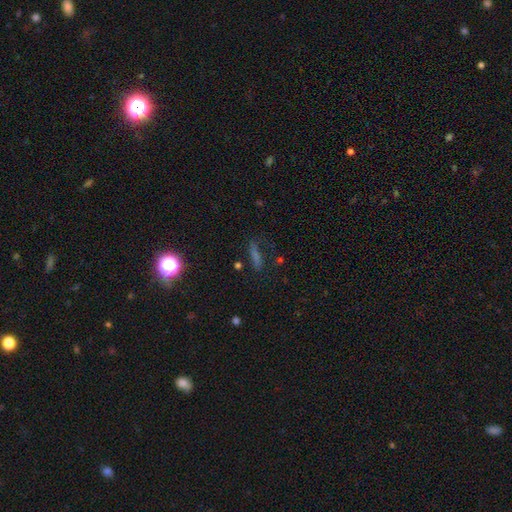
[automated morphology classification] smooth_or_featured: smooth (p=0.50) [alt: star or artifact p=0.30]
how_rounded: cigar-shaped (p=0.69) [alt: in between p=0.22]
merging: none (p=0.75) [alt: minor disturbance p=0.15]